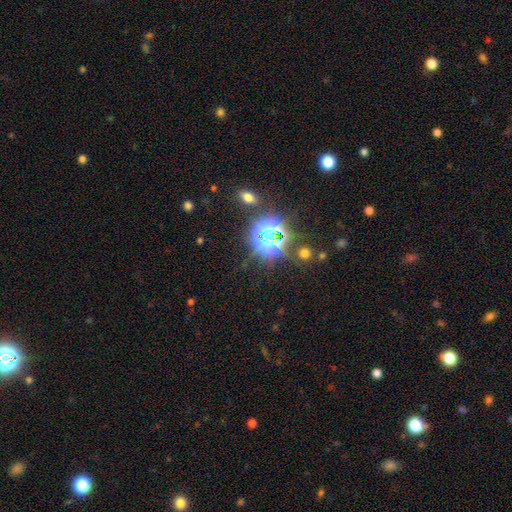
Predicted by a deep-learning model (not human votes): This appears to be a star or artifact, not a galaxy (80%).